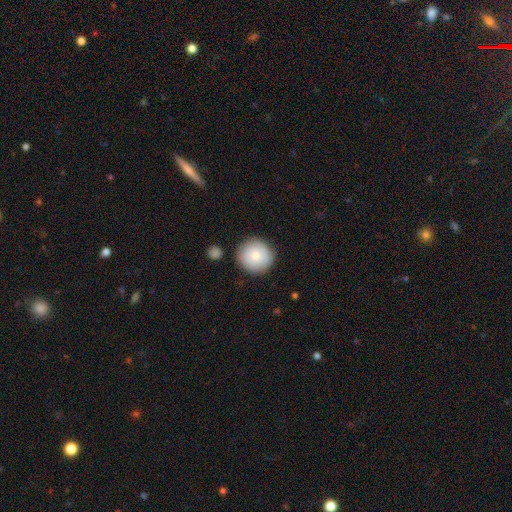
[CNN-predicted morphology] A smooth galaxy with no disk features (81%) that is round (94%).

Vote fractions:
- Smooth or featured? smooth: 81% / featured or disk: 12% / star or artifact: 7%
- How rounded? round: 94% / in between: 5% / cigar-shaped: 1%
- Merging? none: 84% / minor disturbance: 10% / merger: 3% / major disturbance: 2%